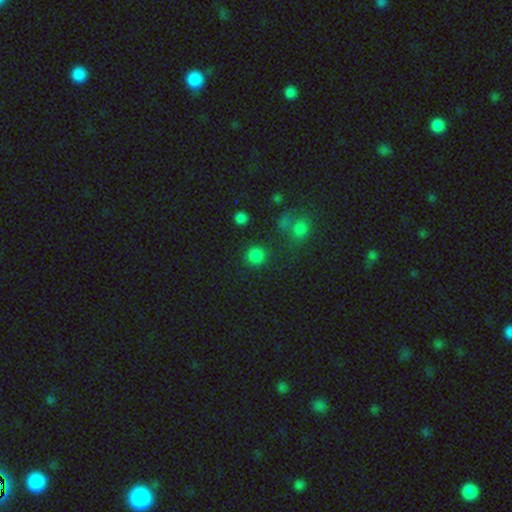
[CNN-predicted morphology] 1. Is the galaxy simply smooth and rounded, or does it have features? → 80% smooth, 16% star or artifact, 4% featured or disk.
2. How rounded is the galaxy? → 92% round, 7% in between, 1% cigar-shaped.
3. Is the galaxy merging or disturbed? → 85% none, 8% minor disturbance, 4% merger, 4% major disturbance.